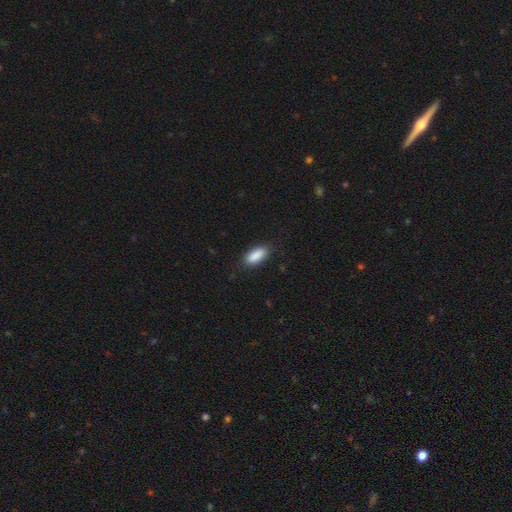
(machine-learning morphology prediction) smooth_or_featured: smooth (p=0.89) [alt: star or artifact p=0.06]
how_rounded: in between (p=0.82) [alt: cigar-shaped p=0.16]
merging: none (p=0.86) [alt: minor disturbance p=0.11]